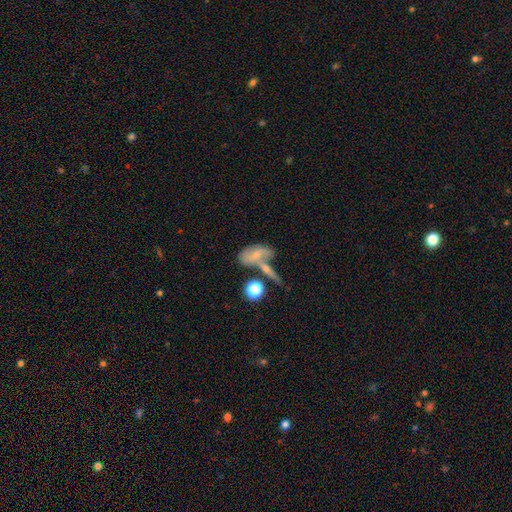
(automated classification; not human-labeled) Smooth or featured?
  - smooth: 51% *
  - featured or disk: 38%
  - star or artifact: 11%
How rounded?
  - in between: 79% *
  - cigar-shaped: 10%
  - round: 10%
Merging?
  - merger: 40% *
  - none: 30%
  - minor disturbance: 16%
  - major disturbance: 14%